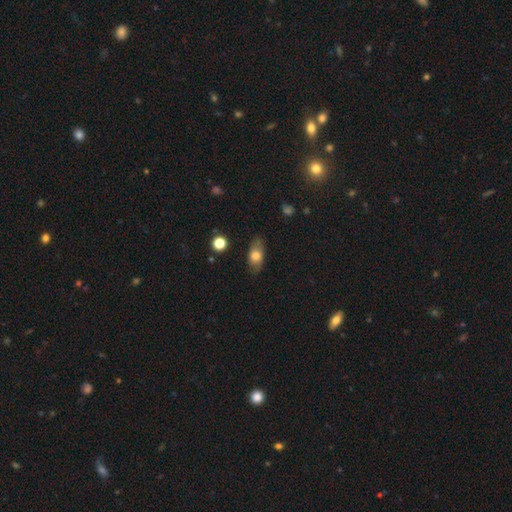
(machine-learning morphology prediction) Smooth or featured?
  - smooth: 71% *
  - featured or disk: 21%
  - star or artifact: 8%
How rounded?
  - in between: 83% *
  - cigar-shaped: 8%
  - round: 8%
Merging?
  - none: 80% *
  - minor disturbance: 15%
  - major disturbance: 3%
  - merger: 1%